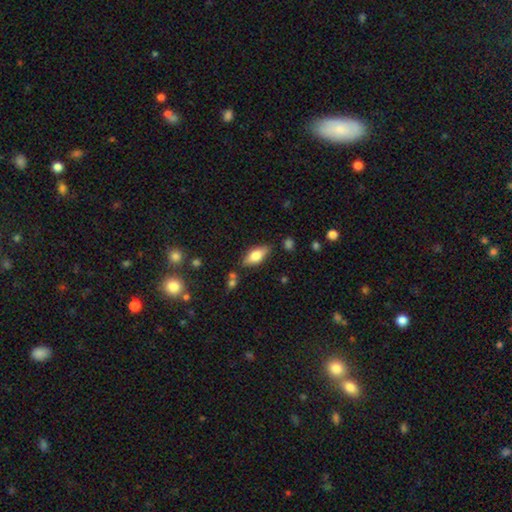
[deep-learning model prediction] smooth_or_featured: smooth (p=0.72) [alt: featured or disk p=0.21]
how_rounded: in between (p=0.83) [alt: cigar-shaped p=0.15]
merging: none (p=0.79) [alt: minor disturbance p=0.14]